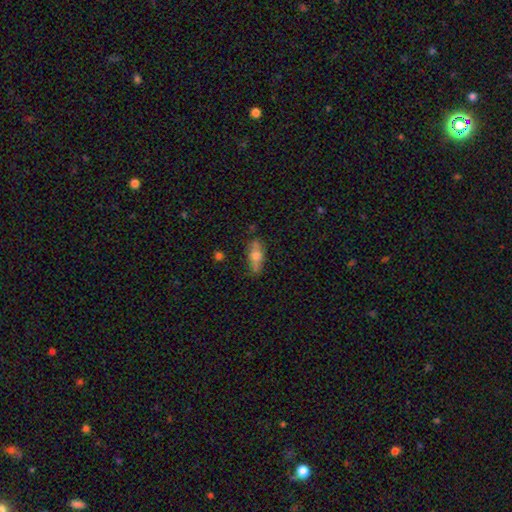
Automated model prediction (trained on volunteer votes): smooth_or_featured: smooth (p=0.59) [alt: featured or disk p=0.33]
how_rounded: in between (p=0.64) [alt: cigar-shaped p=0.32]
merging: none (p=0.75) [alt: minor disturbance p=0.18]